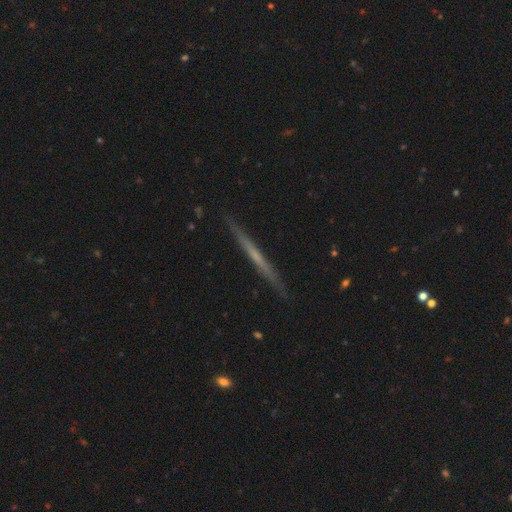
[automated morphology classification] featured or disk 59%, smooth 36%, star or artifact 6%. Down the decision tree: edge-on disk — yes (97%); edge-on bulge — none (85%); merging — none (90%).